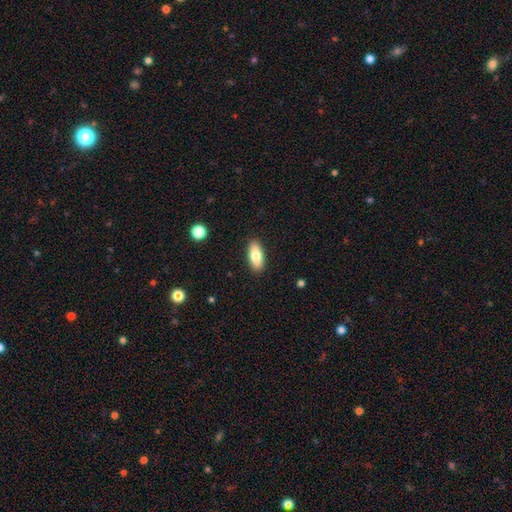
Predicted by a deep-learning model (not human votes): A smooth galaxy with no disk features (77%) that is in between round and cigar-shaped (83%). Merging: none (89%).